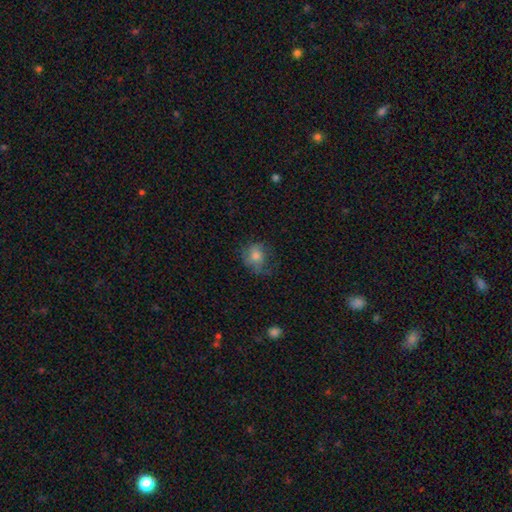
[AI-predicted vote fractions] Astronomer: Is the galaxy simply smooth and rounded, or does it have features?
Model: smooth — 69%.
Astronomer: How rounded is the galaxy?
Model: round — 68%.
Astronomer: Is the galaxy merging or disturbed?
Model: none — 52% (runner-up: minor disturbance, 27%).